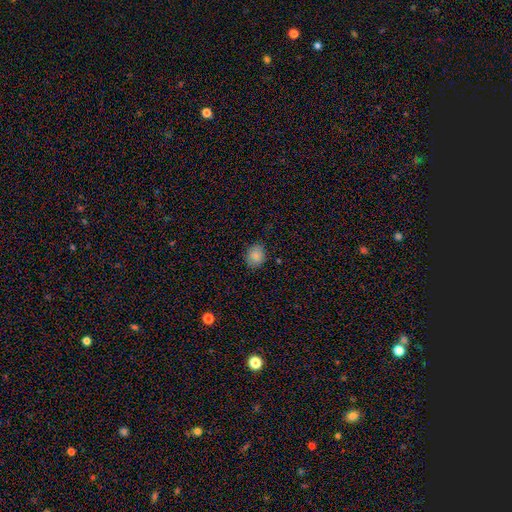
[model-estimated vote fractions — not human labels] Smooth or featured: smooth — 85% (star or artifact — 9%)
How rounded: round — 61% (in between — 38%)
Merging: none — 82% (minor disturbance — 14%)